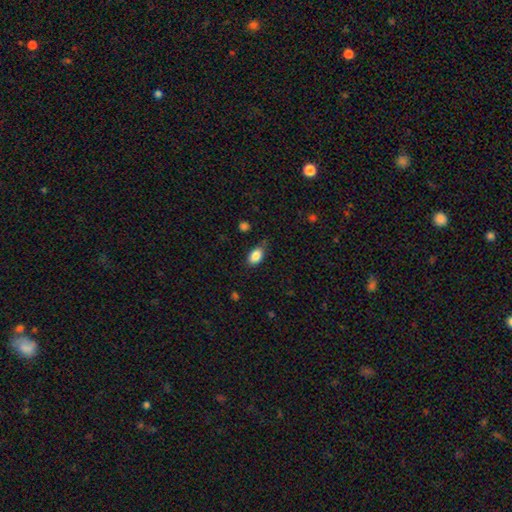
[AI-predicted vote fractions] This is clearly a smooth galaxy (86%). How rounded: clearly in between (89%). Merging: likely none (74%).